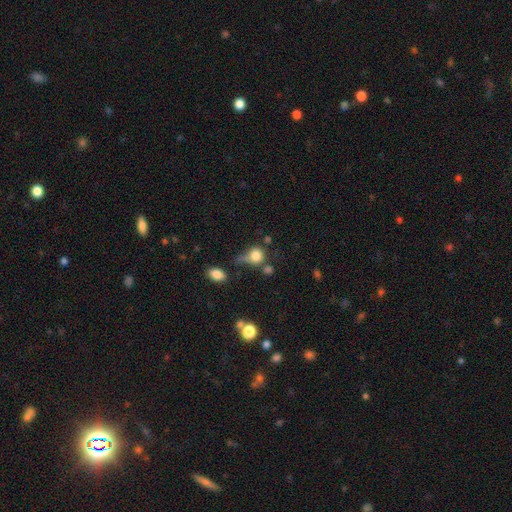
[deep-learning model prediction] smooth 79%, star or artifact 12%, featured or disk 10%. Down the decision tree: how rounded — round (75%); merging — none (39%).